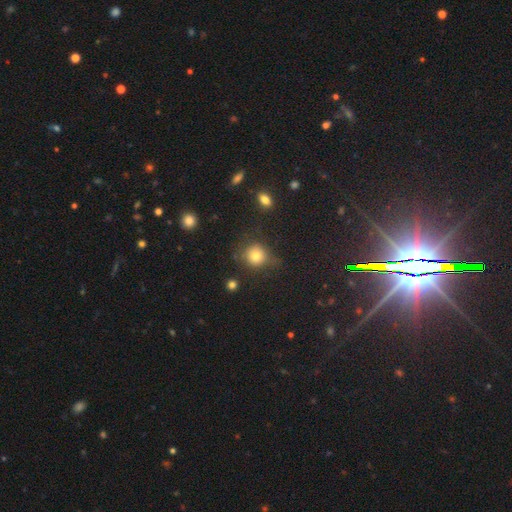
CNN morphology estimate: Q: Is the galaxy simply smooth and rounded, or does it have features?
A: smooth — 78%.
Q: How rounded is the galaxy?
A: round — 88%.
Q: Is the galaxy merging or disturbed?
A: none — 70%.